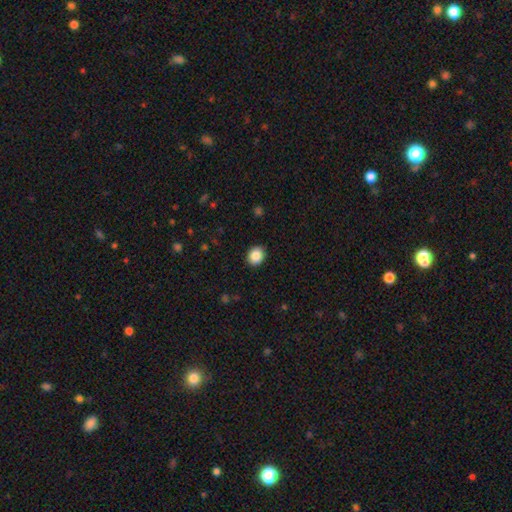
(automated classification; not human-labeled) smooth-or-featured: smooth: 87% | star or artifact: 9% | featured or disk: 4%
  how-rounded: round: 64% | in between: 35% | cigar-shaped: 1%
  merging: none: 91% | minor disturbance: 6% | major disturbance: 2% | merger: 1%